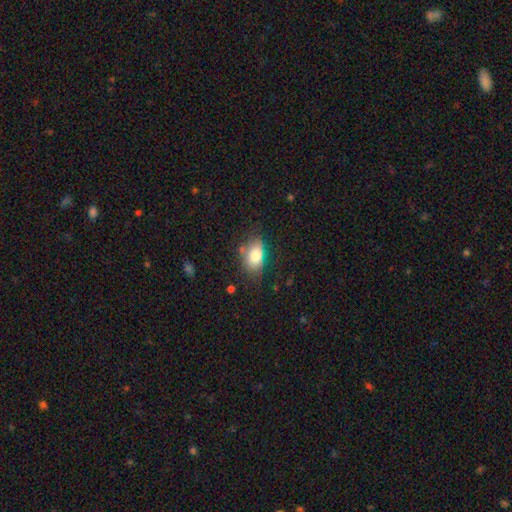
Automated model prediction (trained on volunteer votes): Q: Smooth or featured?
A: smooth (80%); runner-up: featured or disk (11%)
Q: How rounded?
A: in between (84%); runner-up: round (14%)
Q: Merging?
A: none (65%); runner-up: minor disturbance (24%)